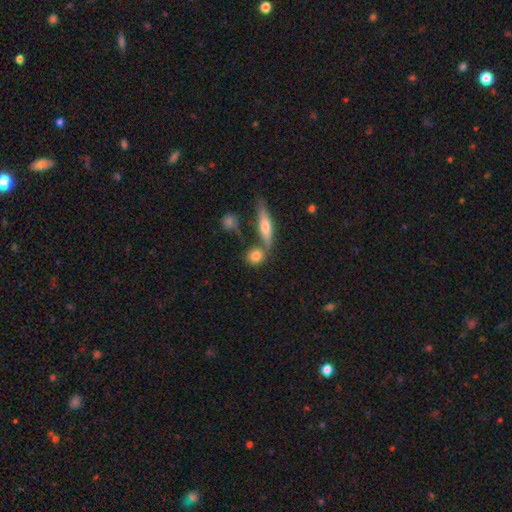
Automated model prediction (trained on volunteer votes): Overall: smooth (79%). How rounded: round (71%). Merging: none (61%; merger 25%).